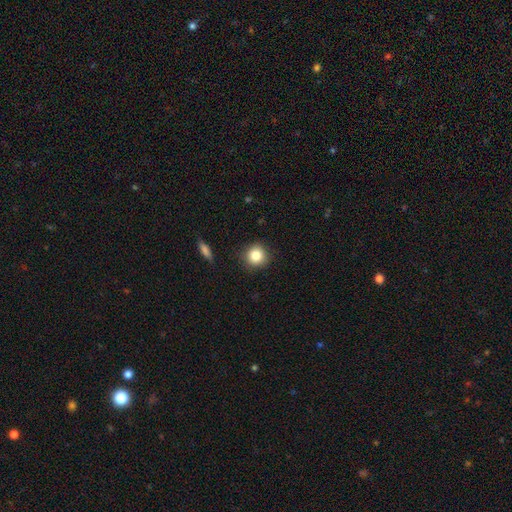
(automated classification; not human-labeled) Smooth or featured: smooth — 83% (star or artifact — 10%)
How rounded: round — 91% (in between — 8%)
Merging: none — 88% (minor disturbance — 9%)